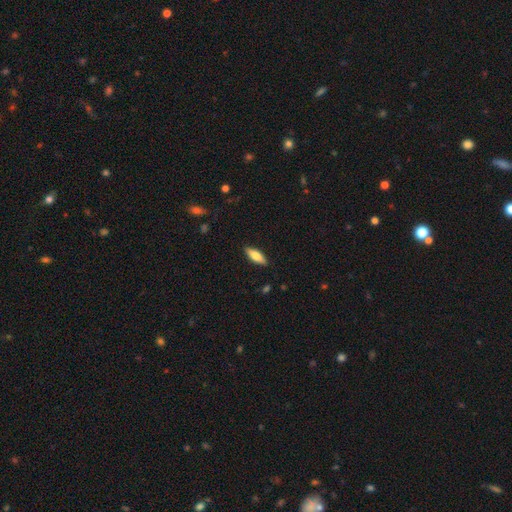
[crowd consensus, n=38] This appears to be a smooth galaxy with no disk features (61%) that is in between round and cigar-shaped (70%). Merging: none (92%).